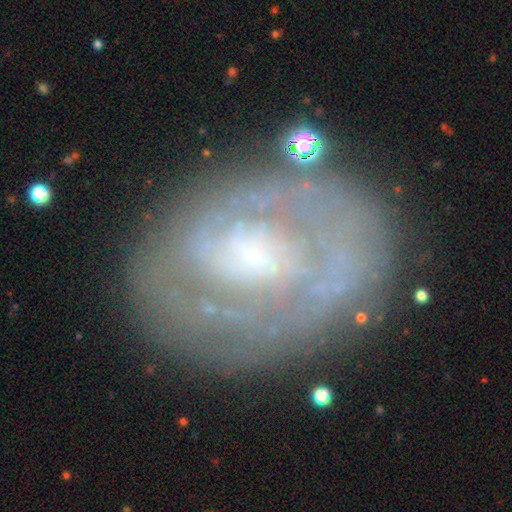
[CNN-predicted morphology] smooth_or_featured: featured or disk (p=0.78) [alt: smooth p=0.15]
disk_edge_on: no (p=0.97) [alt: yes p=0.03]
bar: no (p=0.60) [alt: weak p=0.30]
has_spiral_arms: yes (p=0.82) [alt: no p=0.18]
spiral_winding: tight (p=0.62) [alt: medium p=0.27]
spiral_arm_count: 2 (p=0.38) [alt: can't tell p=0.37]
bulge_size: small (p=0.51) [alt: moderate p=0.27]
merging: none (p=0.74) [alt: minor disturbance p=0.16]